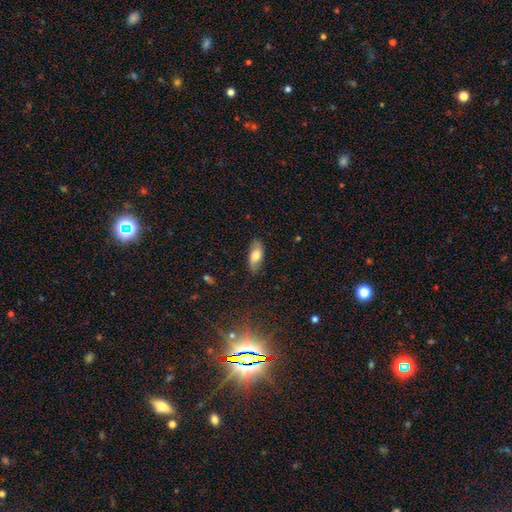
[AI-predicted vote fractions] Smooth or featured?
  - smooth: 65% *
  - featured or disk: 28%
  - star or artifact: 7%
How rounded?
  - in between: 78% *
  - cigar-shaped: 18%
  - round: 4%
Merging?
  - none: 82% *
  - minor disturbance: 14%
  - major disturbance: 3%
  - merger: 1%